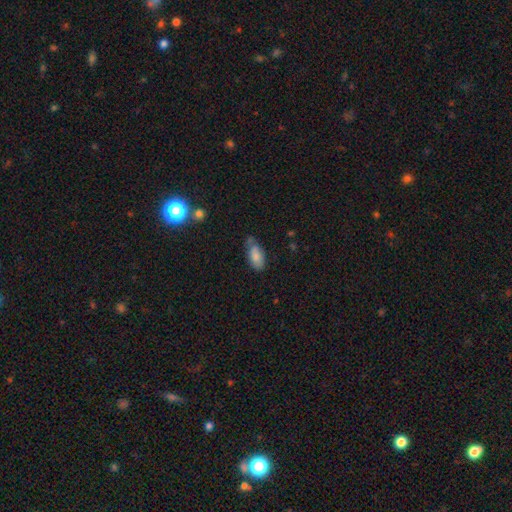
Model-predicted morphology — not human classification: Q: Smooth or featured?
A: smooth (83%); runner-up: featured or disk (10%)
Q: How rounded?
A: in between (89%); runner-up: cigar-shaped (8%)
Q: Merging?
A: none (58%); runner-up: minor disturbance (30%)